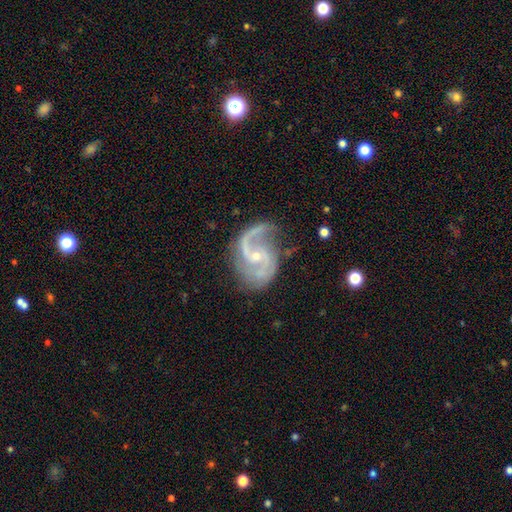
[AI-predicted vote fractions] featured or disk 92%, star or artifact 5%, smooth 3%. Down the decision tree: edge-on disk — no (98%); bar — no (52%); spiral arms — yes (98%); spiral arm count — 2 (87%); spiral winding — medium (54%); bulge size — small (70%); merging — none (64%).